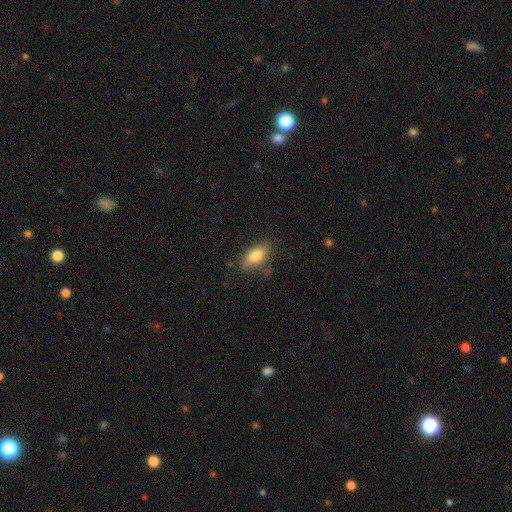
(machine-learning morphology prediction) This appears to be a smooth galaxy with no disk features (77%) that is in between round and cigar-shaped (83%). Merging: none (76%).